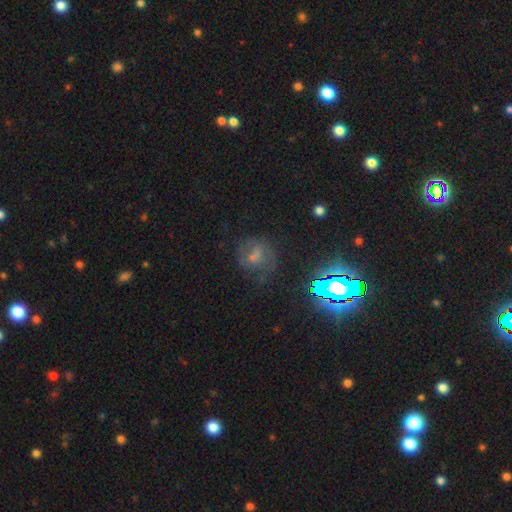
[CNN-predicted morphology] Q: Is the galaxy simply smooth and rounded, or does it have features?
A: featured or disk — 37%.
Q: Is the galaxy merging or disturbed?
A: none — 58%.